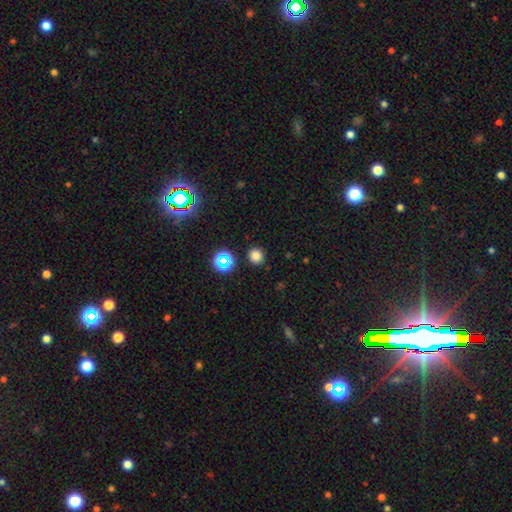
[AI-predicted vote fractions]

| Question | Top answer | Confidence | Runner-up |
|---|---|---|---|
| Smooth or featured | smooth | 78% | star or artifact (18%) |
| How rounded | round | 92% | in between (7%) |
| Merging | none | 89% | minor disturbance (6%) |